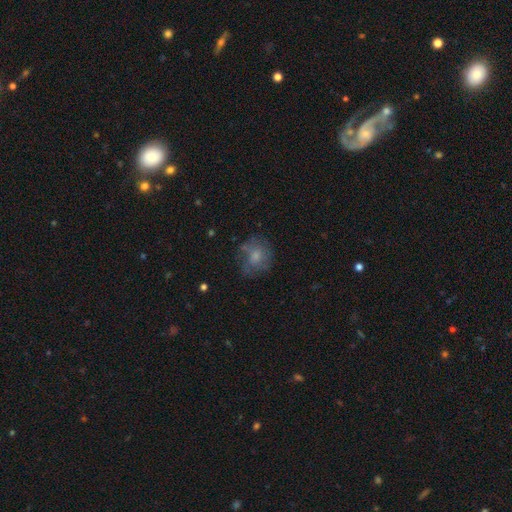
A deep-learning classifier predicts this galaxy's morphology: A smooth galaxy with no disk features (62%) that is round (67%). Merging: none (55%).